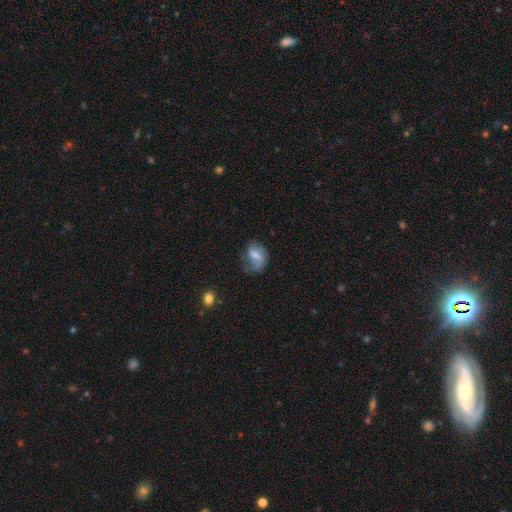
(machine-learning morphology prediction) Smooth or featured? smooth (46%)
Merging? none (42%)